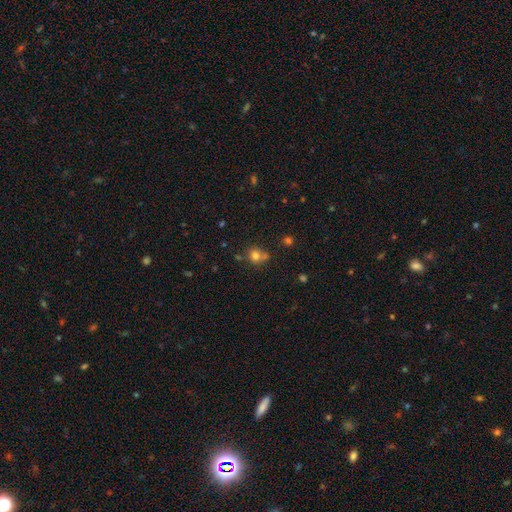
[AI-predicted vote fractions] Overall: smooth (74%). How rounded: round (82%). Merging: none (58%; merger 24%).